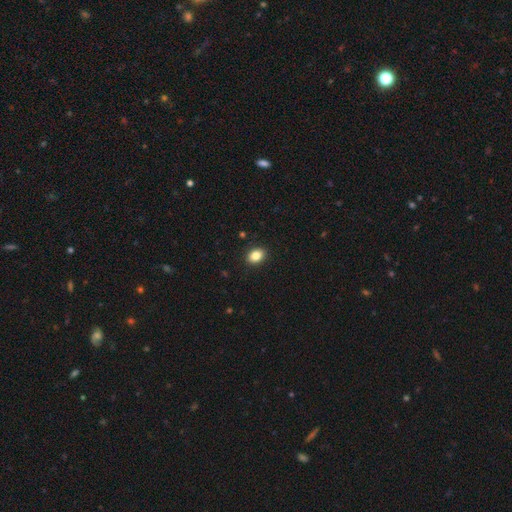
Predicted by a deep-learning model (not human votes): The model was most divided on "how rounded": in between: 68%, round: 31%, cigar-shaped: 1%. More confident: merging — none (90%); smooth or featured — smooth (85%).